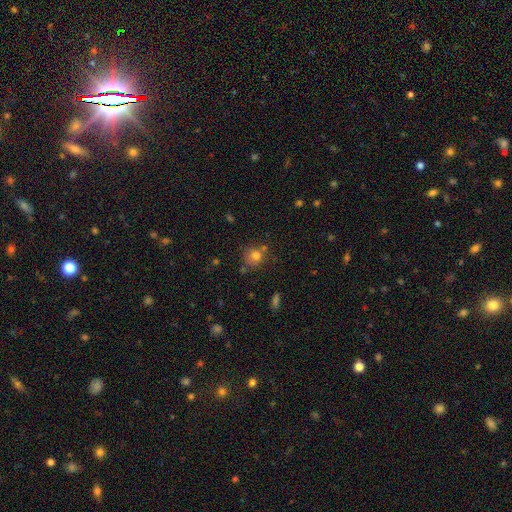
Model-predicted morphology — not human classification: The model was most divided on "merging": none: 64%, minor disturbance: 16%, merger: 15%, major disturbance: 6%. More confident: how rounded — round (82%); smooth or featured — smooth (77%).